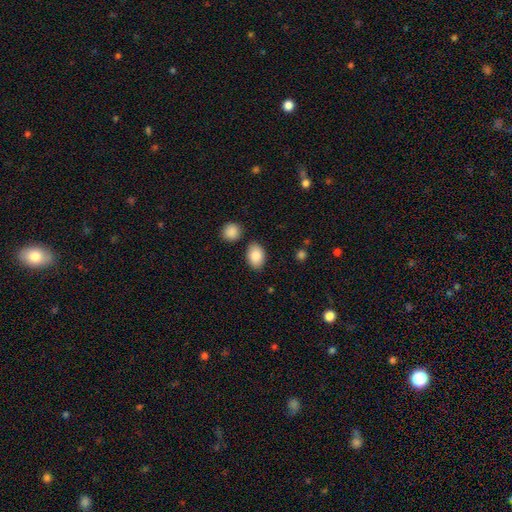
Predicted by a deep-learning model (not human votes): This appears to be a smooth galaxy with no disk features (88%) that is in between round and cigar-shaped (82%). Merging: none (80%).